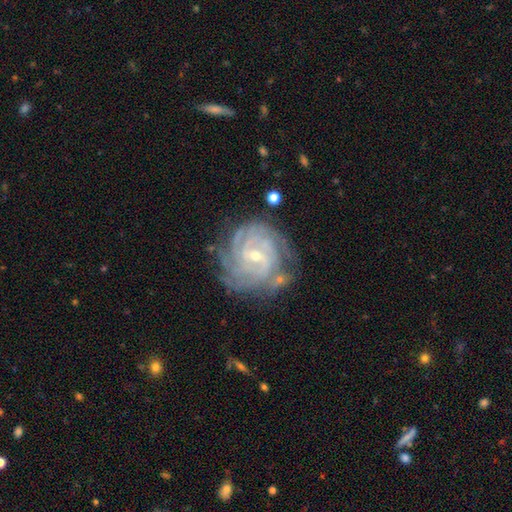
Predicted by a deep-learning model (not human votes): Smooth or featured: featured or disk — 90% (star or artifact — 5%)
Edge-on disk: no — 98% (yes — 2%)
Bar: weak — 51% (no — 33%)
Spiral arms: yes — 98% (no — 2%)
Spiral winding: tight — 77% (medium — 20%)
Spiral arm count: 4 — 31% (can't tell — 23%)
Bulge size: small — 65% (moderate — 32%)
Merging: none — 73% (minor disturbance — 17%)